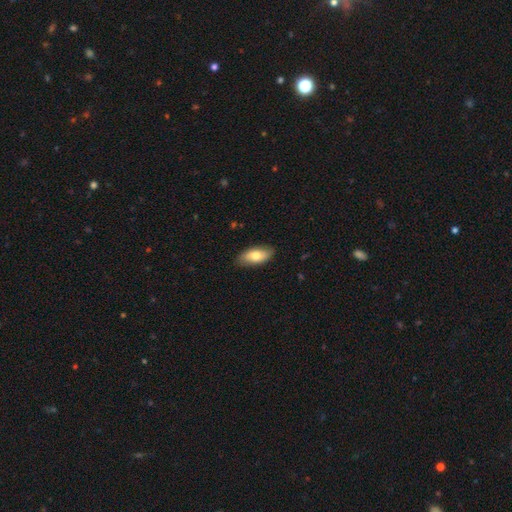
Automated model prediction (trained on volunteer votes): smooth-or-featured: smooth: 71% | featured or disk: 23% | star or artifact: 6%
  how-rounded: in between: 89% | cigar-shaped: 8% | round: 3%
  merging: none: 84% | minor disturbance: 13% | major disturbance: 2% | merger: 1%